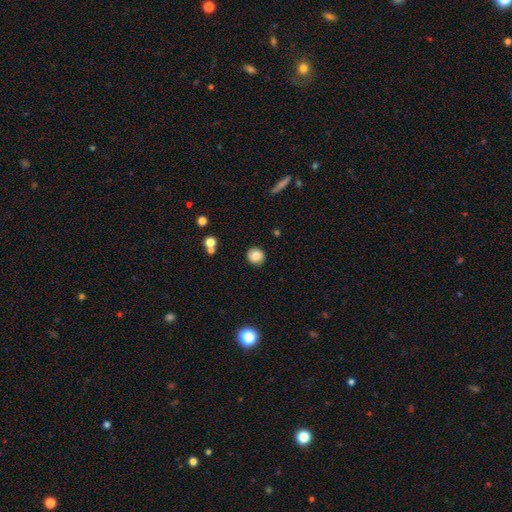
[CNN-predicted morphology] smooth-or-featured: smooth: 83% | star or artifact: 9% | featured or disk: 8%
  how-rounded: round: 90% | in between: 9% | cigar-shaped: 1%
  merging: none: 88% | minor disturbance: 8% | major disturbance: 2% | merger: 2%